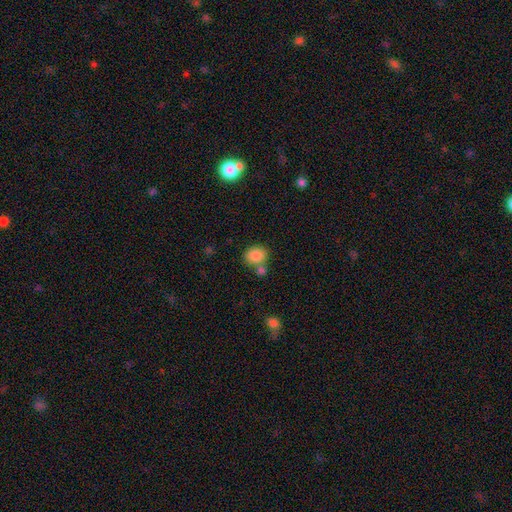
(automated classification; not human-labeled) smooth_or_featured: smooth (p=0.85) [alt: star or artifact p=0.09]
how_rounded: round (p=0.54) [alt: in between p=0.45]
merging: none (p=0.58) [alt: merger p=0.26]